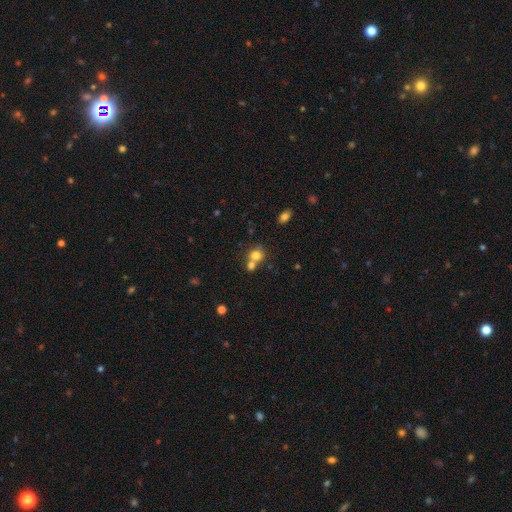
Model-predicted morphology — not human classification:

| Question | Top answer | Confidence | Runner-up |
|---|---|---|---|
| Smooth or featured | smooth | 77% | star or artifact (12%) |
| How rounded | round | 77% | in between (22%) |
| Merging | merger | 49% | none (40%) |